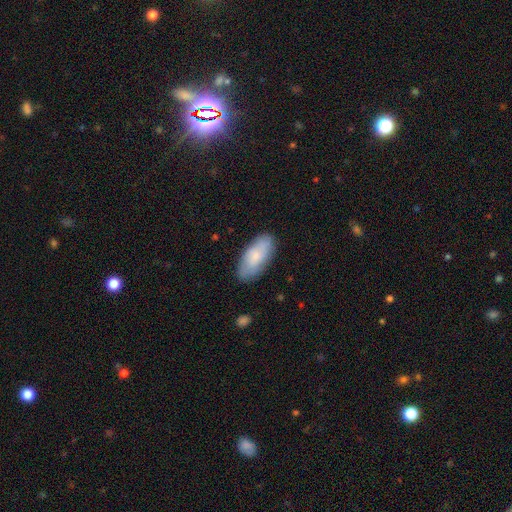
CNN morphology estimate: This appears to be a smooth galaxy with no disk features (72%) that is in between round and cigar-shaped (89%). Merging: none (81%).